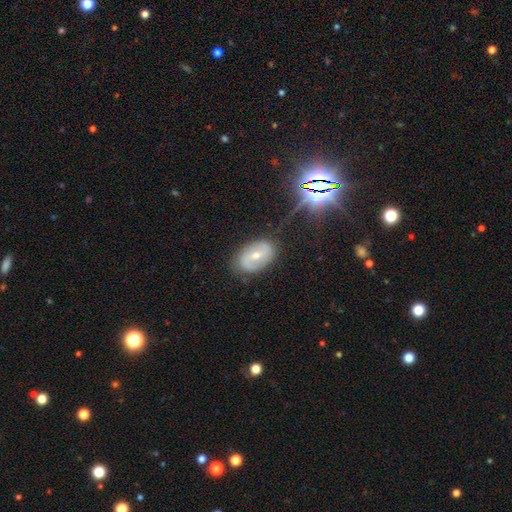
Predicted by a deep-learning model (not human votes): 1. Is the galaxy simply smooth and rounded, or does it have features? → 57% featured or disk, 32% smooth, 11% star or artifact.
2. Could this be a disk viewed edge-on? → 93% no, 7% yes.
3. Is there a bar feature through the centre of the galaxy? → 41% no, 37% weak, 22% strong.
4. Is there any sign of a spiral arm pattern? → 55% yes, 45% no.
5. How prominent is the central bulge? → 55% moderate, 41% small, 2% large, 1% none, 1% dominant.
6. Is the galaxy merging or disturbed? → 79% none, 15% minor disturbance, 5% major disturbance, 2% merger.